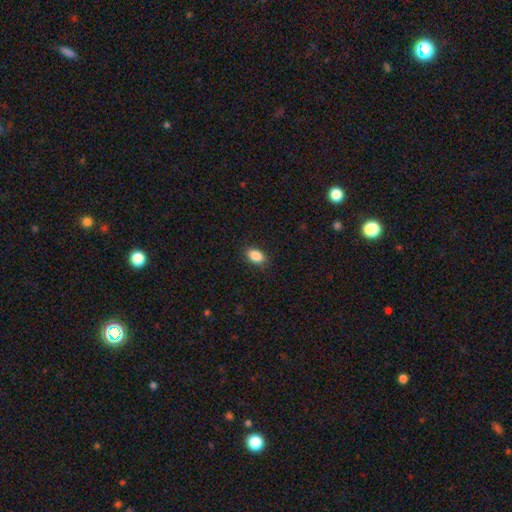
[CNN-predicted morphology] smooth 88%, star or artifact 8%, featured or disk 4%. Down the decision tree: how rounded — in between (90%); merging — none (88%).